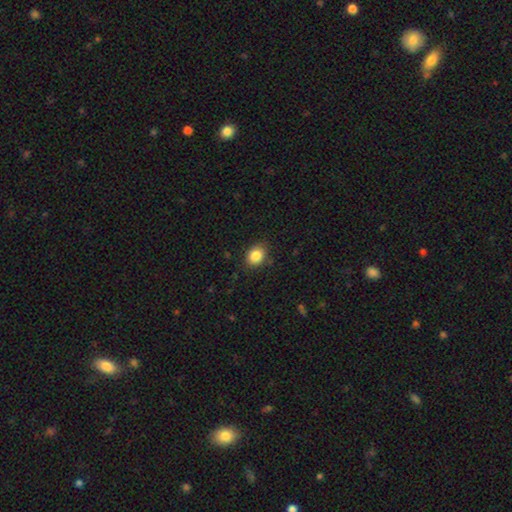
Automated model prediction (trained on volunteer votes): smooth-or-featured: smooth: 86% | star or artifact: 9% | featured or disk: 5%
  how-rounded: in between: 57% | round: 43% | cigar-shaped: 1%
  merging: none: 85% | minor disturbance: 11% | major disturbance: 3% | merger: 1%